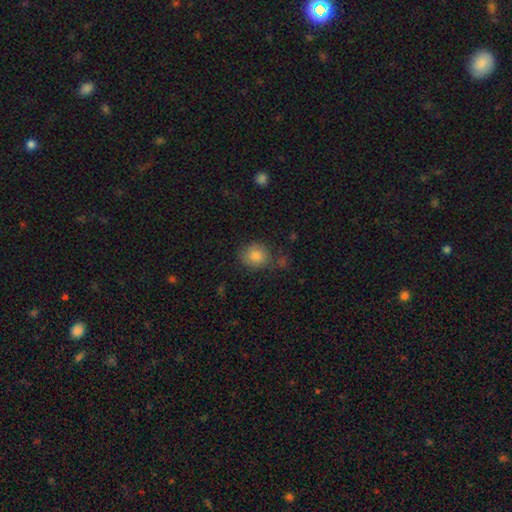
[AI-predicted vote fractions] Overall: smooth (83%). How rounded: round (79%). Merging: none (75%).